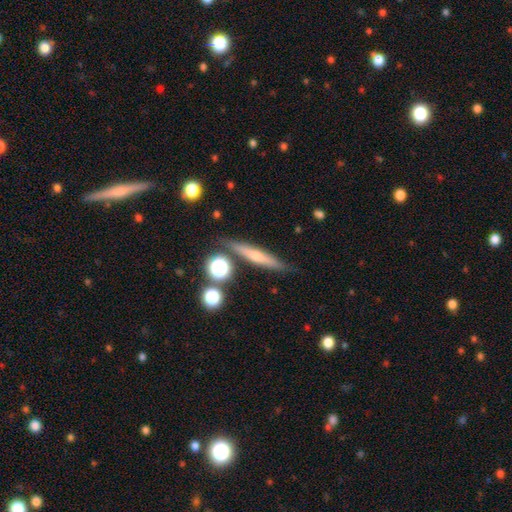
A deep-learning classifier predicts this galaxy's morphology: This appears to be a featured or disk galaxy (50%). Merging: none (83%).